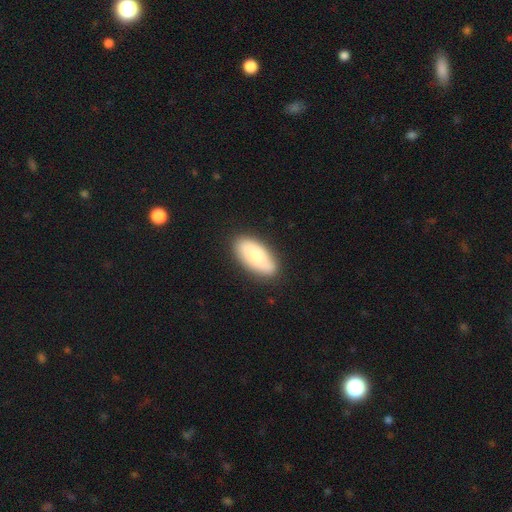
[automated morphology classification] Smooth or featured? smooth (79%)
How rounded? in between (88%)
Merging? none (84%)